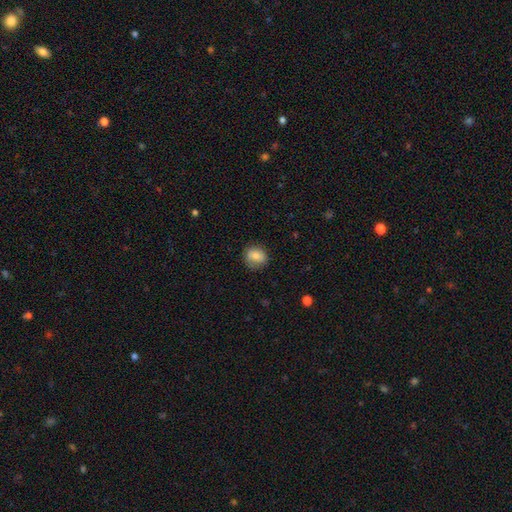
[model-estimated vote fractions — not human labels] Smooth or featured? smooth (80%)
How rounded? round (70%)
Merging? none (76%)